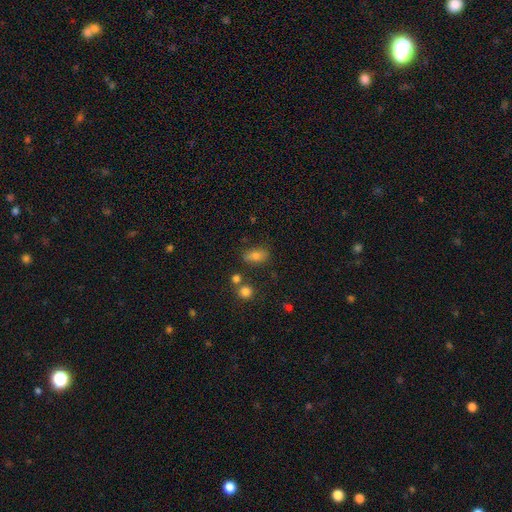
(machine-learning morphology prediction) A smooth galaxy with no disk features (74%) that is in between round and cigar-shaped (79%). Merging: none (73%).